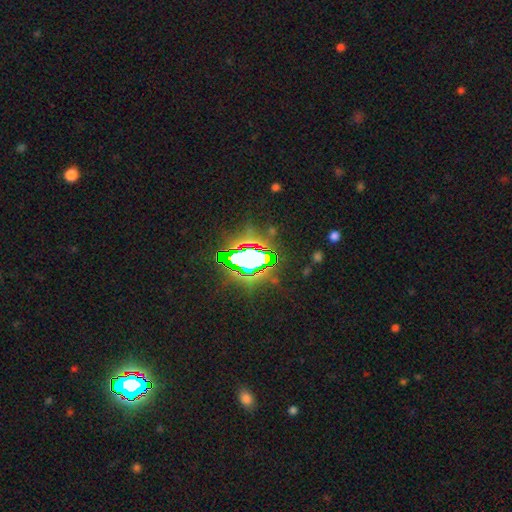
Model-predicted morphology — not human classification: smooth-or-featured: star or artifact: 72% | smooth: 15% | featured or disk: 12%